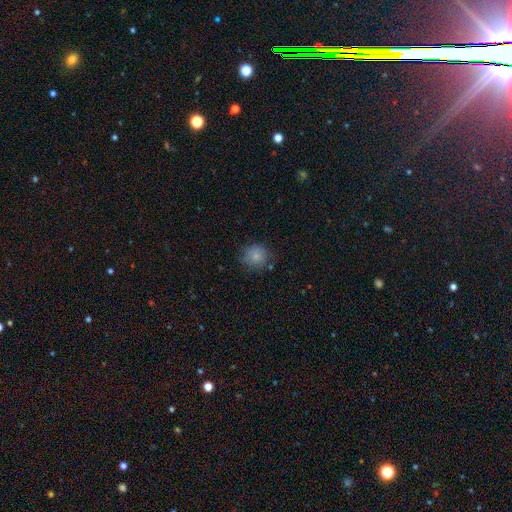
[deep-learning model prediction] Smooth or featured? Predicted: smooth (p=0.83). How rounded? Predicted: round (p=0.83). Merging? Predicted: none (p=0.75).